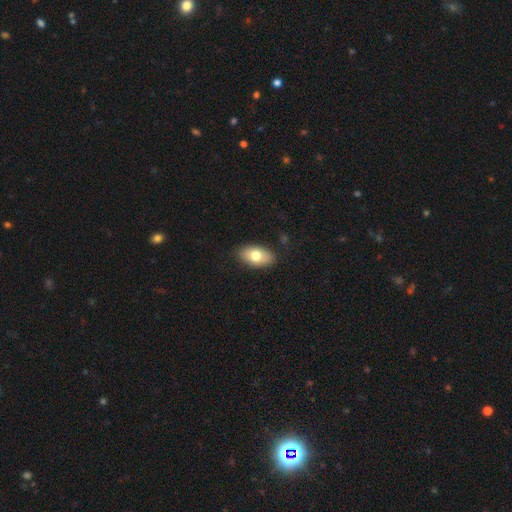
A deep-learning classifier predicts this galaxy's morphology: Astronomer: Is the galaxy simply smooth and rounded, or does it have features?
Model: smooth — 74%.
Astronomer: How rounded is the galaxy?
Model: in between — 92%.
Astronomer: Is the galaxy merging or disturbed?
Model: none — 85%.